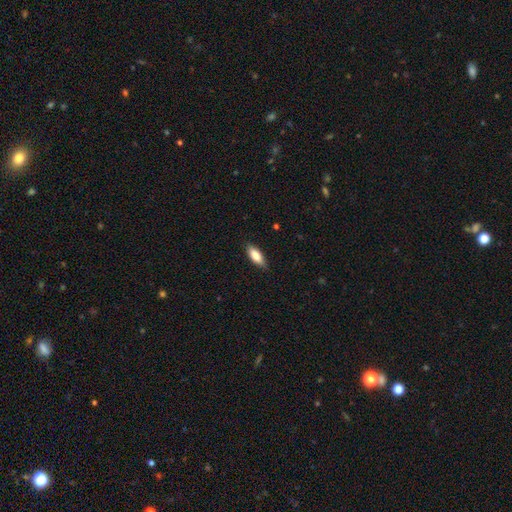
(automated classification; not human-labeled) A smooth galaxy with no disk features (82%) that is in between round and cigar-shaped (73%). Merging: none (85%).